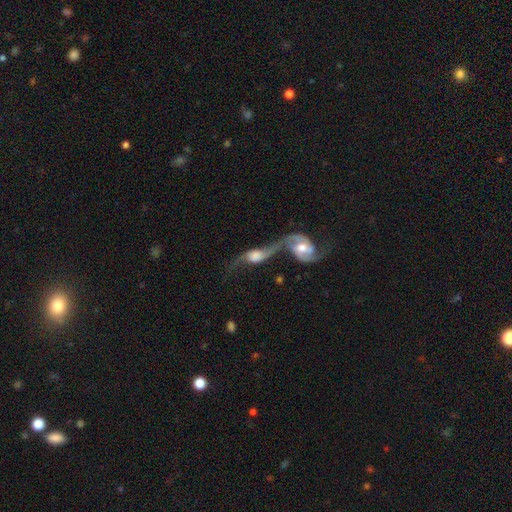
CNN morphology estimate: Q: Smooth or featured?
A: featured or disk (80%); runner-up: smooth (14%)
Q: Edge-on disk?
A: no (87%); runner-up: yes (13%)
Q: Bar?
A: no (50%); runner-up: weak (36%)
Q: Spiral arms?
A: yes (92%); runner-up: no (8%)
Q: Spiral winding?
A: loose (69%); runner-up: medium (23%)
Q: Spiral arm count?
A: 2 (85%); runner-up: 1 (6%)
Q: Bulge size?
A: moderate (48%); runner-up: large (27%)
Q: Merging?
A: merger (74%); runner-up: none (12%)